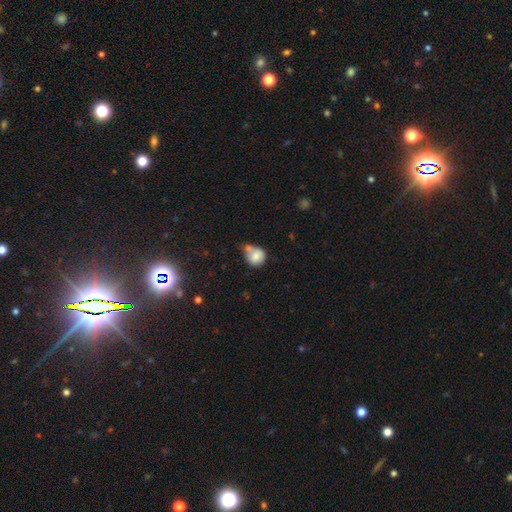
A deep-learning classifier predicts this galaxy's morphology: smooth 80%, featured or disk 11%, star or artifact 9%. Down the decision tree: how rounded — round (79%); merging — none (36%).